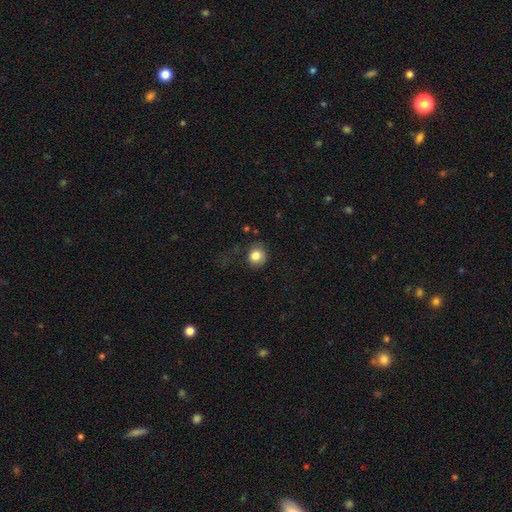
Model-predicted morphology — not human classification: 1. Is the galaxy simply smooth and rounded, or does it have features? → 83% smooth, 10% star or artifact, 7% featured or disk.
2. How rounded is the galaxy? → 83% round, 16% in between, 1% cigar-shaped.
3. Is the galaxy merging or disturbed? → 76% none, 16% minor disturbance, 6% major disturbance, 2% merger.